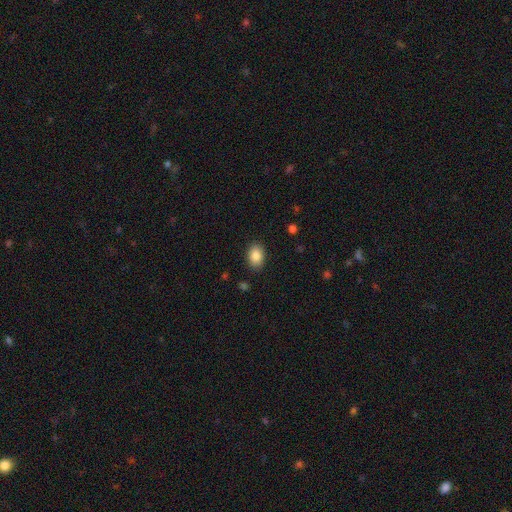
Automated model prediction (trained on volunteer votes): smooth_or_featured: smooth (p=0.87) [alt: star or artifact p=0.08]
how_rounded: in between (p=0.83) [alt: round p=0.16]
merging: none (p=0.88) [alt: minor disturbance p=0.09]